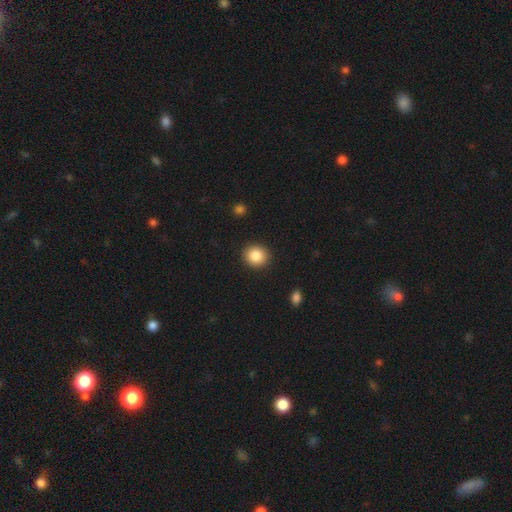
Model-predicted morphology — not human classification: Smooth or featured?
  - smooth: 87% *
  - star or artifact: 9%
  - featured or disk: 5%
How rounded?
  - round: 82% *
  - in between: 17%
  - cigar-shaped: 1%
Merging?
  - none: 91% *
  - minor disturbance: 6%
  - major disturbance: 2%
  - merger: 1%